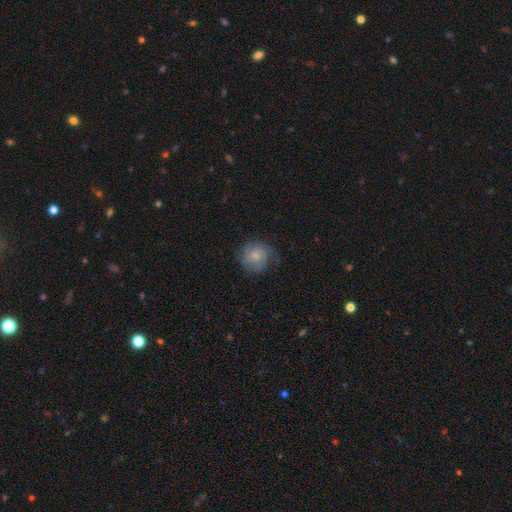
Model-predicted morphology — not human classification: This is possibly a smooth galaxy (53%). How rounded: clearly round (85%). Merging: likely none (62%).